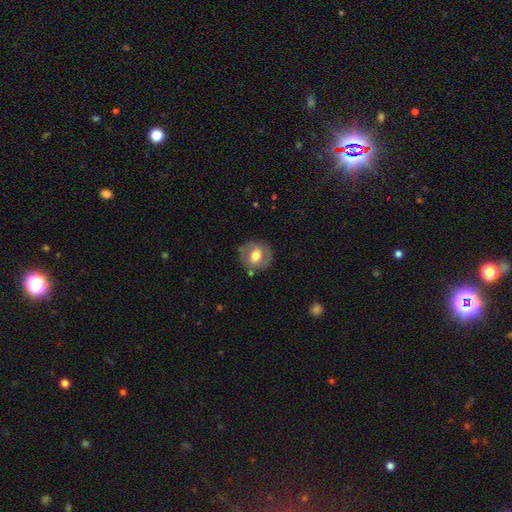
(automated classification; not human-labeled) This is possibly a smooth galaxy (55%). How rounded: likely round (77%). Merging: likely none (76%).